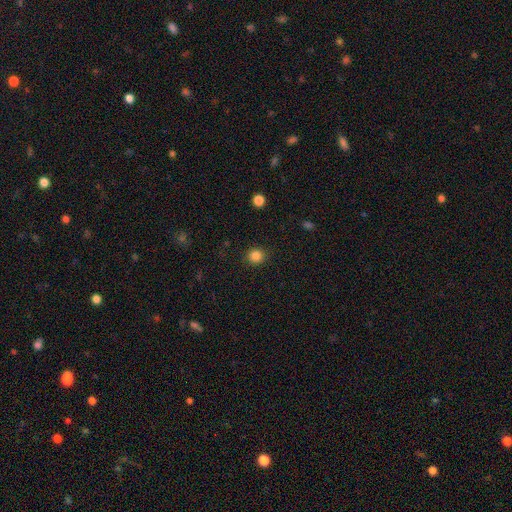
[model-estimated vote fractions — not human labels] A smooth galaxy with no disk features (85%) that is round (88%).

Vote fractions:
- Smooth or featured? smooth: 85% / star or artifact: 12% / featured or disk: 4%
- How rounded? round: 88% / in between: 11% / cigar-shaped: 1%
- Merging? none: 90% / minor disturbance: 7% / major disturbance: 2% / merger: 1%